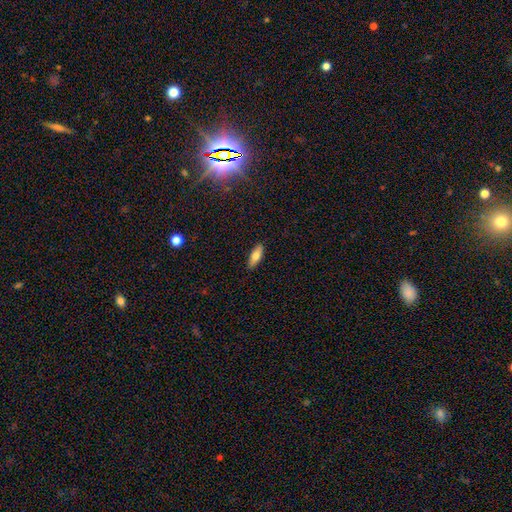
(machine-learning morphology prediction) Smooth or featured? smooth (76%)
How rounded? in between (67%)
Merging? none (88%)